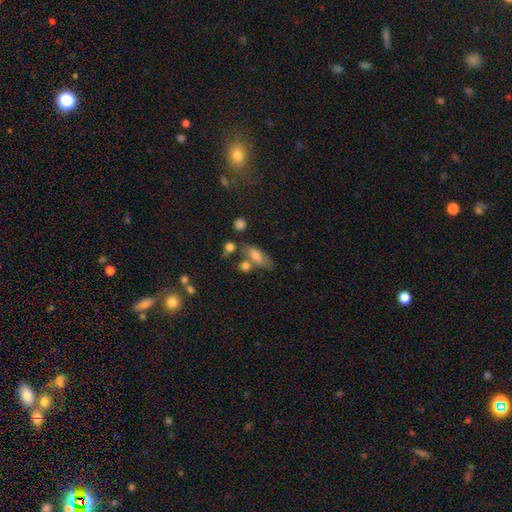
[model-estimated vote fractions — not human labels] A smooth galaxy with no disk features (70%) that is in between round and cigar-shaped (74%).

Vote fractions:
- Smooth or featured? smooth: 70% / featured or disk: 20% / star or artifact: 10%
- How rounded? in between: 74% / cigar-shaped: 21% / round: 5%
- Merging? none: 51% / merger: 24% / minor disturbance: 17% / major disturbance: 8%